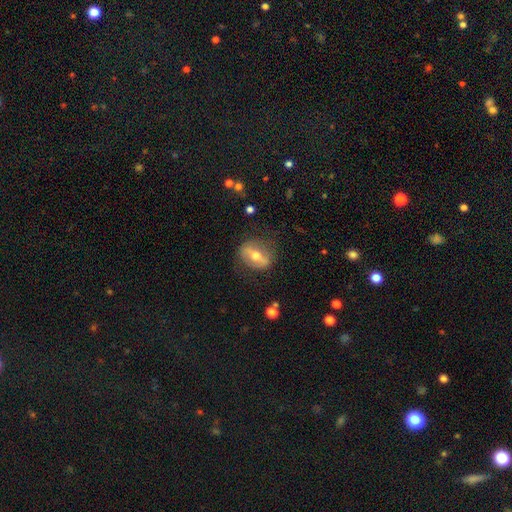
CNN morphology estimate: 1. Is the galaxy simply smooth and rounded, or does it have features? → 58% featured or disk, 33% smooth, 8% star or artifact.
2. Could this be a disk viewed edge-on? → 76% no, 24% yes.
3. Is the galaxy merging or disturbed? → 77% none, 16% minor disturbance, 6% major disturbance, 2% merger.